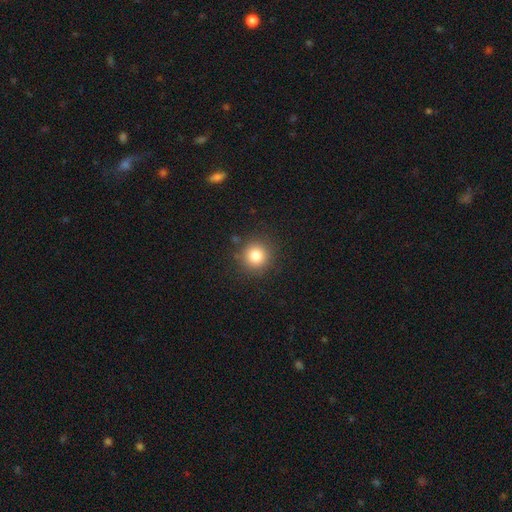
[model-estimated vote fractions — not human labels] Smooth or featured?
  - smooth: 81% *
  - star or artifact: 12%
  - featured or disk: 7%
How rounded?
  - round: 93% *
  - in between: 6%
  - cigar-shaped: 1%
Merging?
  - none: 88% *
  - minor disturbance: 8%
  - major disturbance: 3%
  - merger: 2%